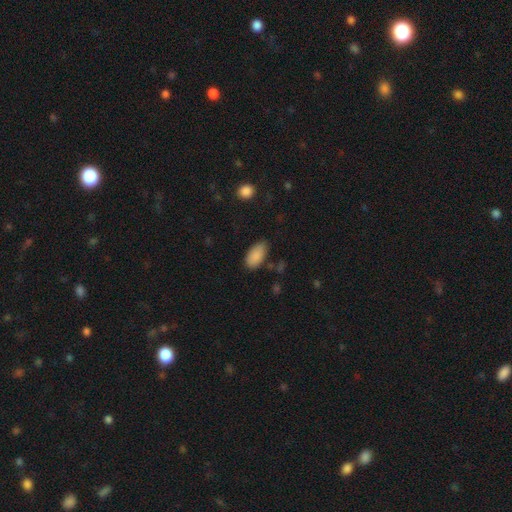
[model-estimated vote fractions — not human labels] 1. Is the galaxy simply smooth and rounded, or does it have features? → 88% smooth, 7% star or artifact, 5% featured or disk.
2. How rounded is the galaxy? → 94% in between, 3% cigar-shaped, 3% round.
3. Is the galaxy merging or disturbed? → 75% none, 19% minor disturbance, 4% major disturbance, 2% merger.